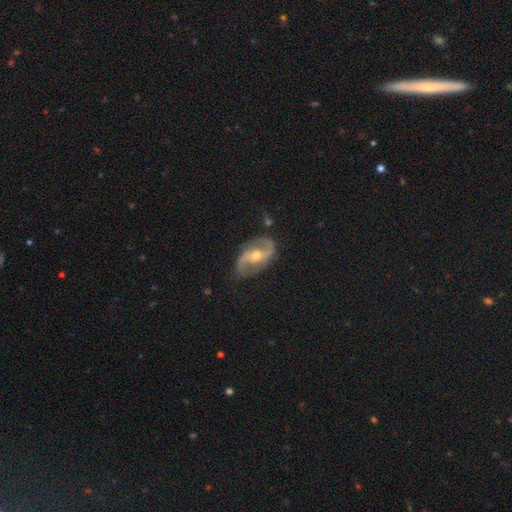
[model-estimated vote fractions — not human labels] A featured or disk galaxy (88%) with a weak bar (39%), 2 (92%) loose (54%) spiral arms (94%) and a moderate central bulge (69%). Merging: none (76%).